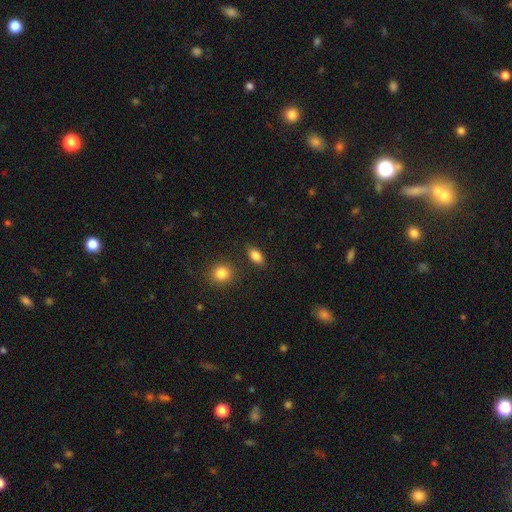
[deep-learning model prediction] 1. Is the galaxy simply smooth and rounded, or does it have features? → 86% smooth, 9% star or artifact, 5% featured or disk.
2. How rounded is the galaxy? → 87% in between, 8% round, 5% cigar-shaped.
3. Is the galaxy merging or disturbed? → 85% none, 10% minor disturbance, 3% major disturbance, 3% merger.